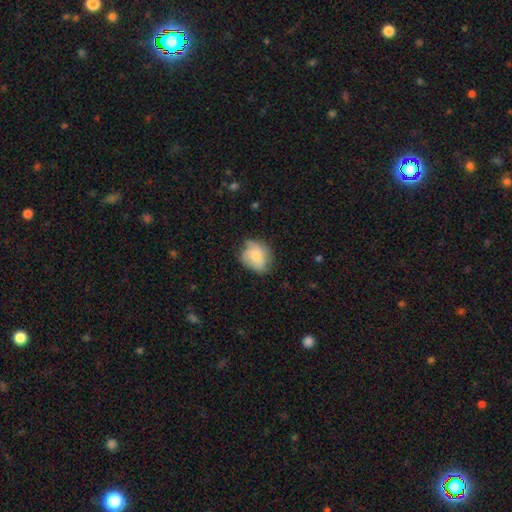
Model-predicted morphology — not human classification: smooth 60%, featured or disk 33%, star or artifact 8%. Down the decision tree: how rounded — round (56%); merging — none (58%).